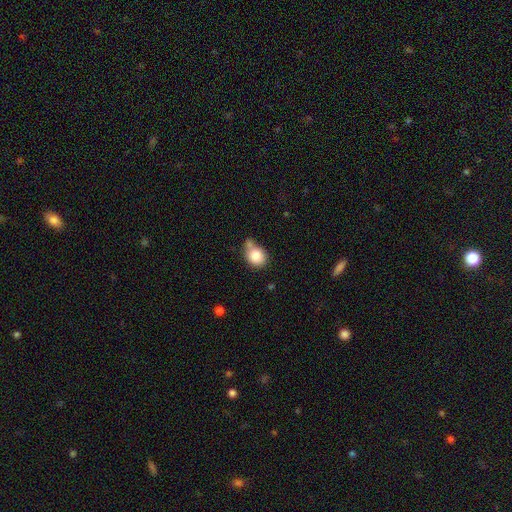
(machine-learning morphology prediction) A smooth galaxy with no disk features (83%) that is round (66%).

Vote fractions:
- Smooth or featured? smooth: 83% / star or artifact: 9% / featured or disk: 8%
- How rounded? round: 66% / in between: 33% / cigar-shaped: 1%
- Merging? none: 40% / merger: 29% / minor disturbance: 23% / major disturbance: 8%